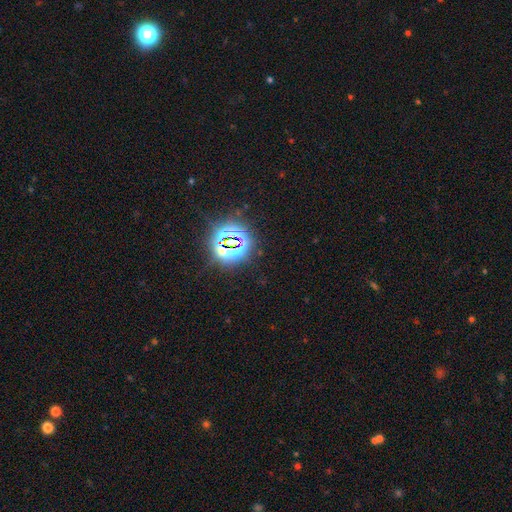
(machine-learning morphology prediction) A star or artifact, not a galaxy (82%).